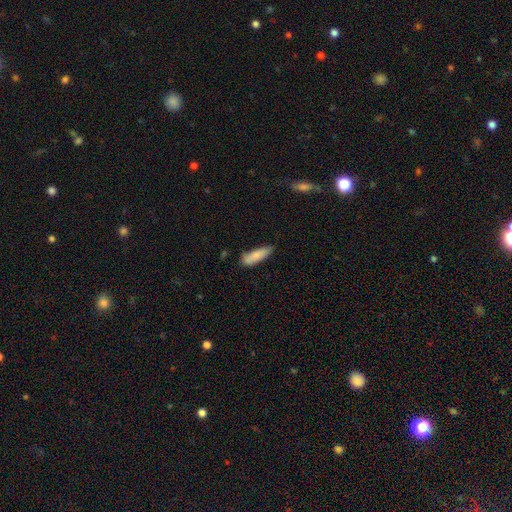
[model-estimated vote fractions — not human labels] This is clearly a smooth galaxy (82%). How rounded: possibly cigar-shaped (54%). Merging: likely none (70%).